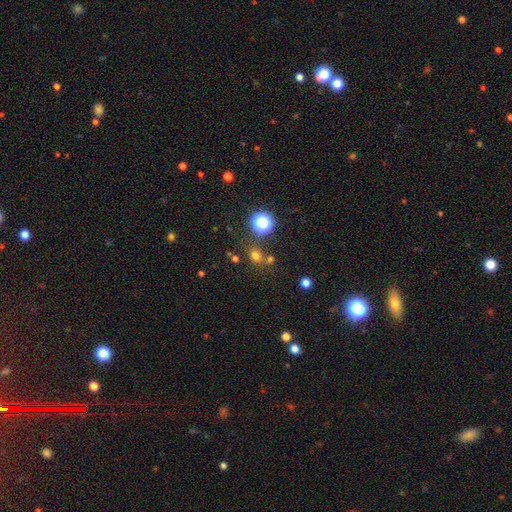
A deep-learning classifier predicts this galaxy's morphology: A smooth galaxy with no disk features (65%) that is round (72%).

Vote fractions:
- Smooth or featured? smooth: 65% / star or artifact: 27% / featured or disk: 8%
- How rounded? round: 72% / in between: 27% / cigar-shaped: 1%
- Merging? none: 67% / merger: 18% / minor disturbance: 11% / major disturbance: 5%